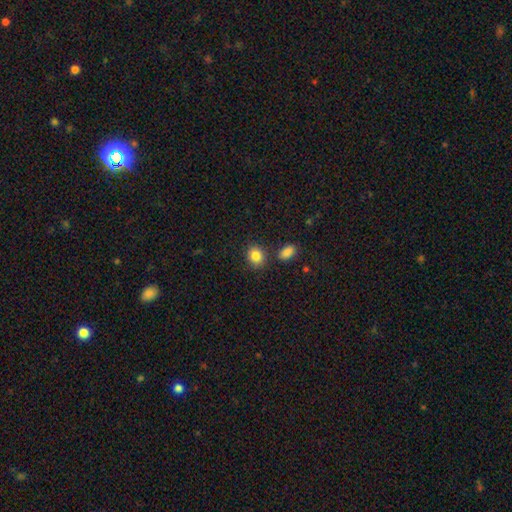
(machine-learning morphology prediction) Q: Smooth or featured?
A: smooth (85%); runner-up: star or artifact (9%)
Q: How rounded?
A: round (68%); runner-up: in between (31%)
Q: Merging?
A: none (80%); runner-up: minor disturbance (10%)